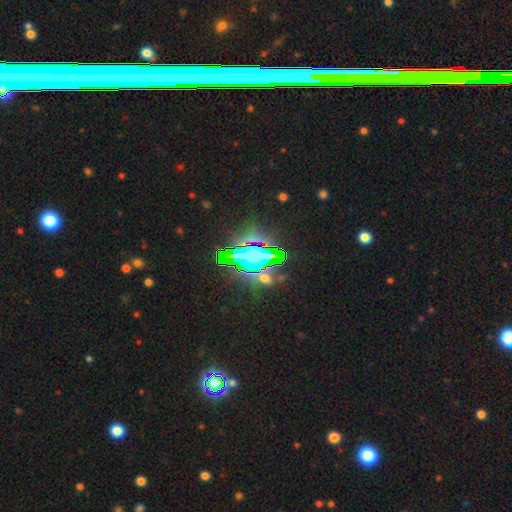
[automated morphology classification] The model was most divided on "smooth or featured": star or artifact: 71%, smooth: 18%, featured or disk: 12%.